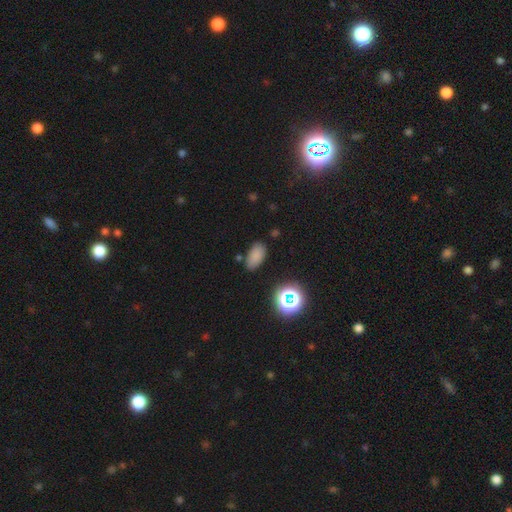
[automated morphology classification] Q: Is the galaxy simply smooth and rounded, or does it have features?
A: smooth — 79%.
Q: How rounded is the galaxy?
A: in between — 92%.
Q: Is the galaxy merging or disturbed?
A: none — 81%.